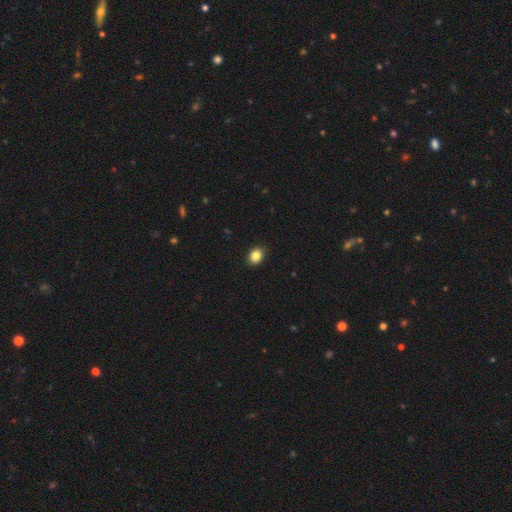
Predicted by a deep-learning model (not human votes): Smooth or featured: smooth — 86% (star or artifact — 9%)
How rounded: in between — 61% (round — 38%)
Merging: none — 90% (minor disturbance — 7%)